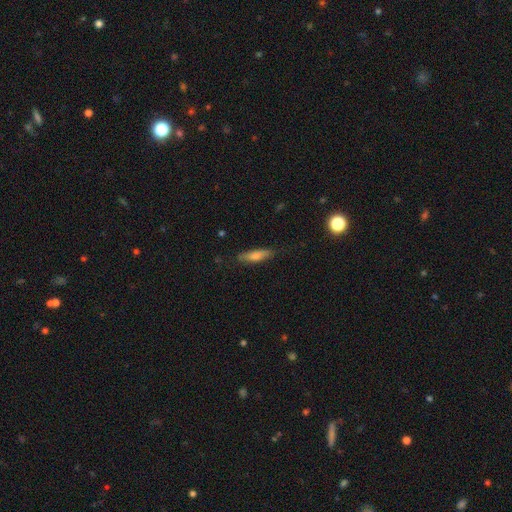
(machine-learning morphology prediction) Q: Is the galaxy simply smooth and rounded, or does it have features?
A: smooth — 66%.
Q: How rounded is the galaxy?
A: cigar-shaped — 70%.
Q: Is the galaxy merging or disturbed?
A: none — 80%.